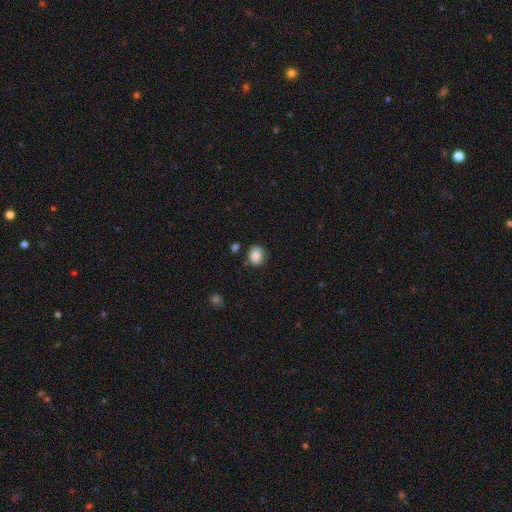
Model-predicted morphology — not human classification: Smooth or featured?
  - smooth: 87% *
  - star or artifact: 9%
  - featured or disk: 4%
How rounded?
  - round: 51% *
  - in between: 48%
  - cigar-shaped: 1%
Merging?
  - none: 77% *
  - minor disturbance: 16%
  - major disturbance: 4%
  - merger: 4%